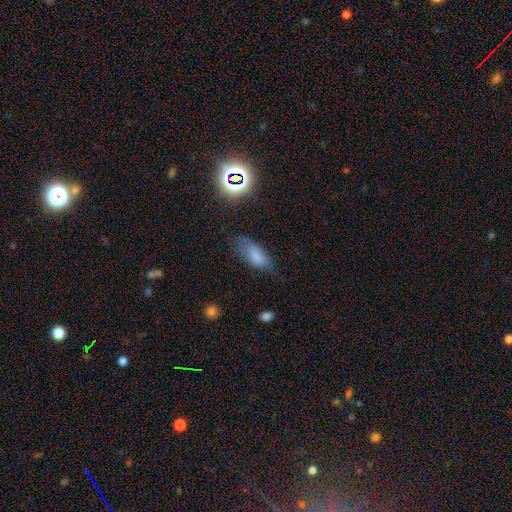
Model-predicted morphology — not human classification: A smooth galaxy with no disk features (74%) that is in between round and cigar-shaped (80%). Merging: none (57%).